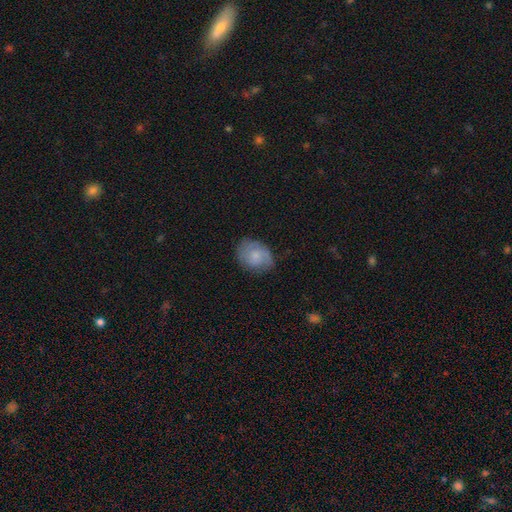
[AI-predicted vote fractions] A smooth galaxy with no disk features (62%) that is in between round and cigar-shaped (62%). Merging: none (67%).